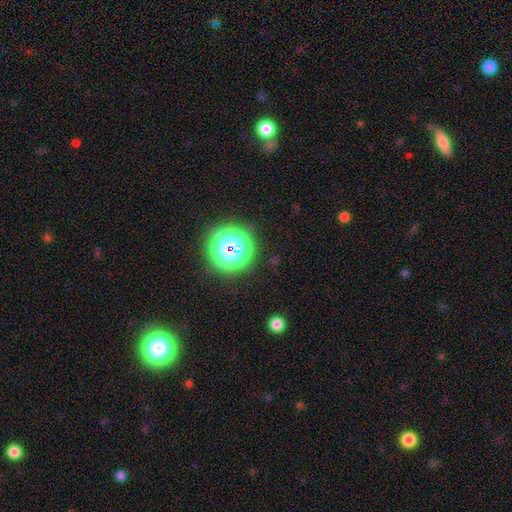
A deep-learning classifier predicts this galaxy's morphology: Smooth or featured? Predicted: star or artifact (p=0.75).